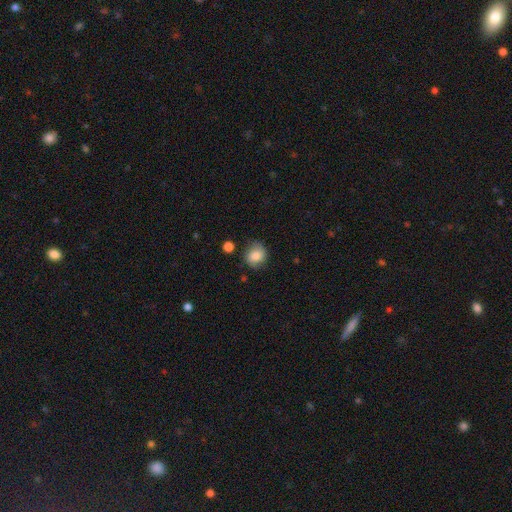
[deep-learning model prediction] Smooth or featured? Predicted: smooth (p=0.77). How rounded? Predicted: round (p=0.78). Merging? Predicted: none (p=0.73).